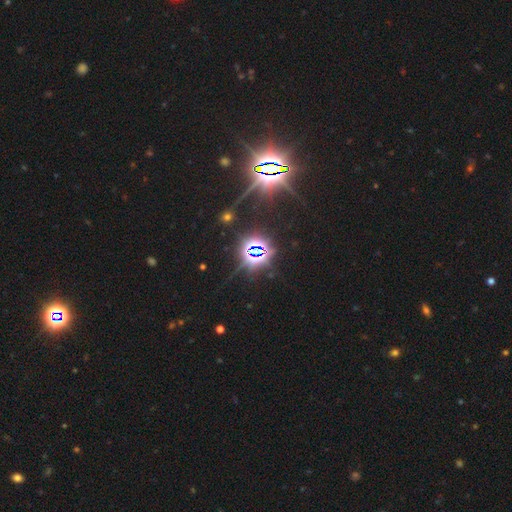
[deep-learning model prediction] Smooth or featured: star or artifact — 82% (smooth — 10%)